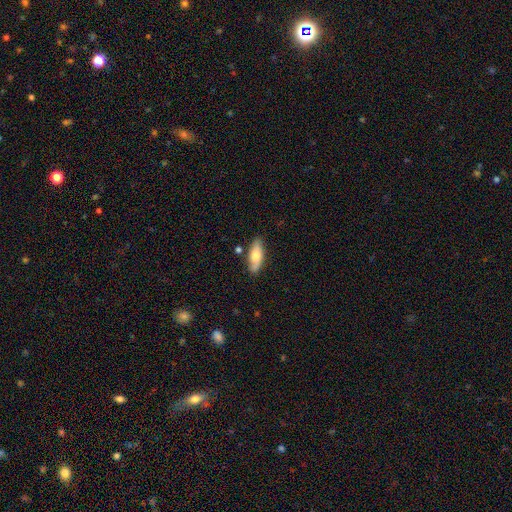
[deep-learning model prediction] Smooth or featured? smooth (68%)
How rounded? in between (70%)
Merging? none (81%)